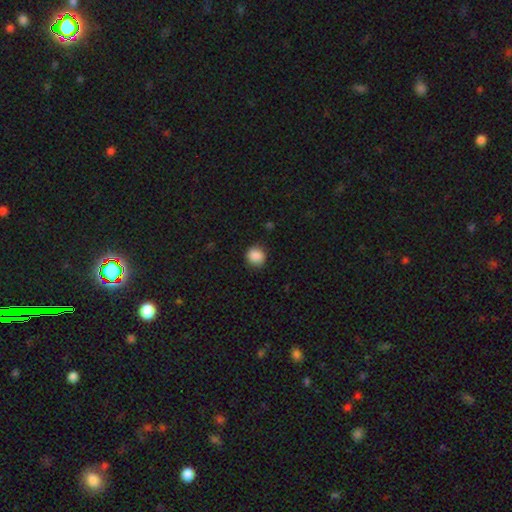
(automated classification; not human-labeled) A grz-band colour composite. It shows a smooth galaxy with no disk features (88%) that is round (86%). Merging: none (86%).